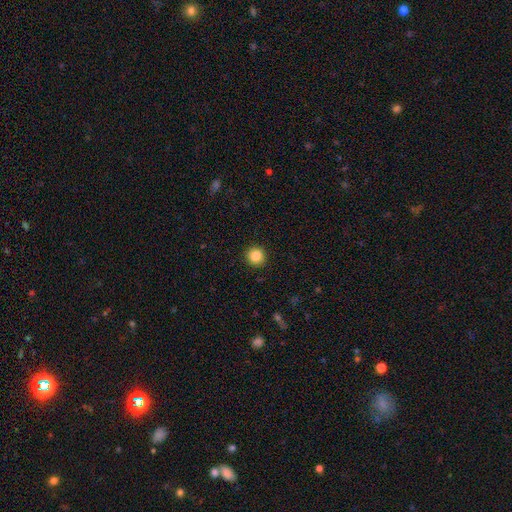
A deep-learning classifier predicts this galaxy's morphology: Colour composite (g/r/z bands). It shows a smooth galaxy with no disk features (86%) that is round (94%). Merging: none (92%).